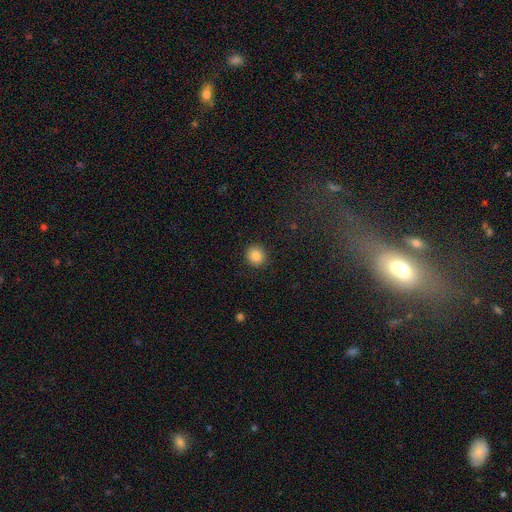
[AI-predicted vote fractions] smooth_or_featured: smooth (p=0.86) [alt: star or artifact p=0.10]
how_rounded: round (p=0.89) [alt: in between p=0.10]
merging: none (p=0.92) [alt: minor disturbance p=0.05]